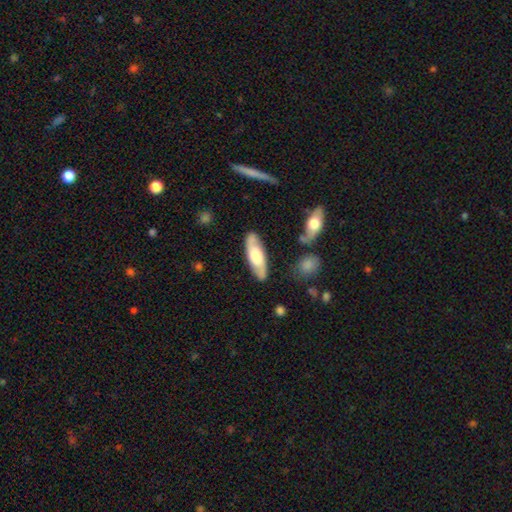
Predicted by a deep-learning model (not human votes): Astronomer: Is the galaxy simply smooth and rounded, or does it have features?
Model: featured or disk — 48% (runner-up: smooth, 46%).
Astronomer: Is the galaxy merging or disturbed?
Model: none — 82%.